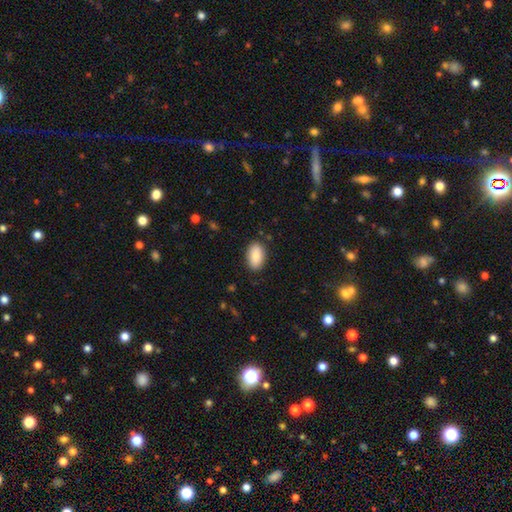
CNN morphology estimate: smooth 86%, featured or disk 7%, star or artifact 7%. Down the decision tree: how rounded — in between (93%); merging — none (87%).